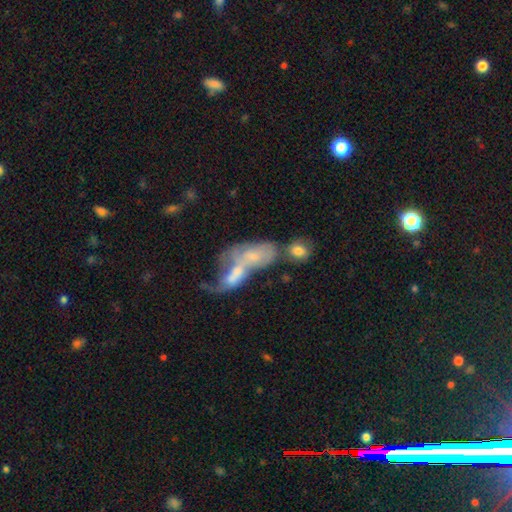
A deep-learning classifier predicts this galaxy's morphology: smooth-or-featured: featured or disk: 45% (tied) | smooth: 45% (tied) | star or artifact: 10%
  merging: merger: 72% | major disturbance: 11% | none: 11% | minor disturbance: 7%